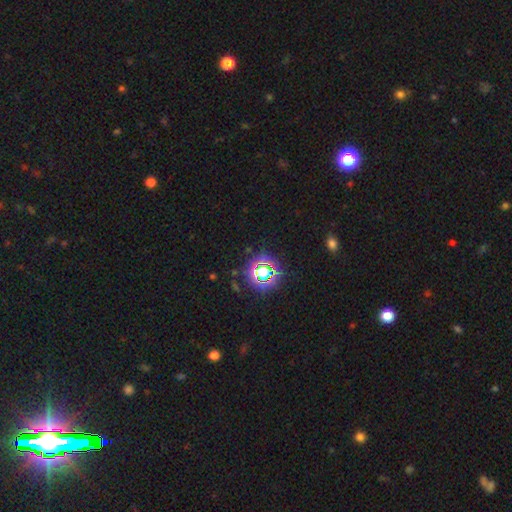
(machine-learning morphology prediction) smooth_or_featured: star or artifact (p=0.75) [alt: smooth p=0.16]